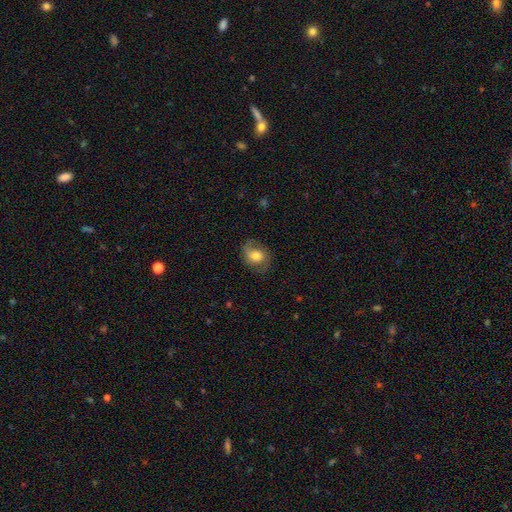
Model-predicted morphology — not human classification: Q: Smooth or featured?
A: featured or disk (49%); runner-up: smooth (42%)
Q: Merging?
A: none (70%); runner-up: minor disturbance (19%)